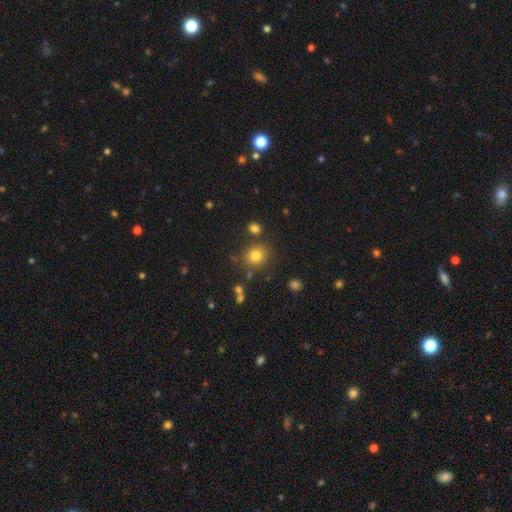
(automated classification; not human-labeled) Morphology: type=smooth (80%); roundness=round (82%); merging=none (80%).